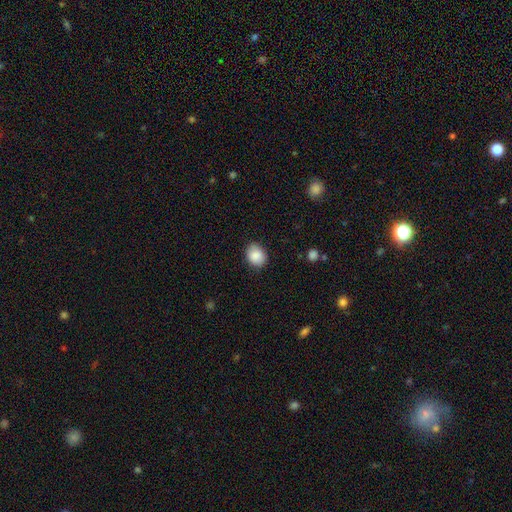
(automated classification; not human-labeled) A smooth galaxy with no disk features (89%) that is in between round and cigar-shaped (50%).

Vote fractions:
- Smooth or featured? smooth: 89% / star or artifact: 8% / featured or disk: 4%
- How rounded? in between: 50% / round: 49% / cigar-shaped: 1%
- Merging? none: 84% / minor disturbance: 12% / major disturbance: 3% / merger: 1%